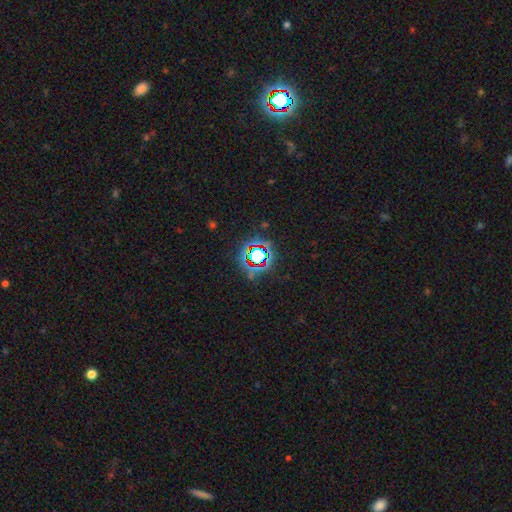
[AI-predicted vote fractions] Smooth or featured: star or artifact — 70% (smooth — 19%)